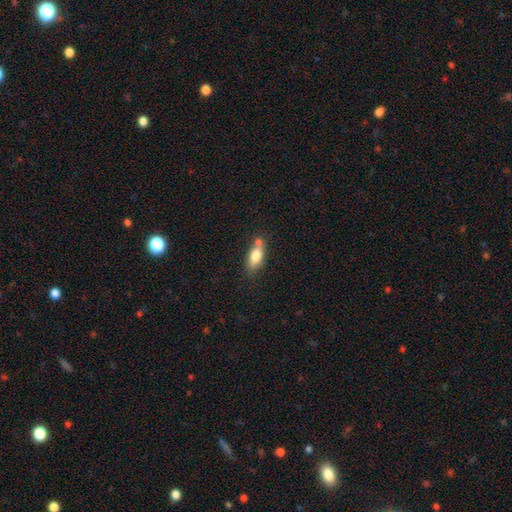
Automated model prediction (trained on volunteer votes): Q: Smooth or featured?
A: smooth (74%); runner-up: featured or disk (18%)
Q: How rounded?
A: in between (77%); runner-up: cigar-shaped (18%)
Q: Merging?
A: none (51%); runner-up: merger (26%)